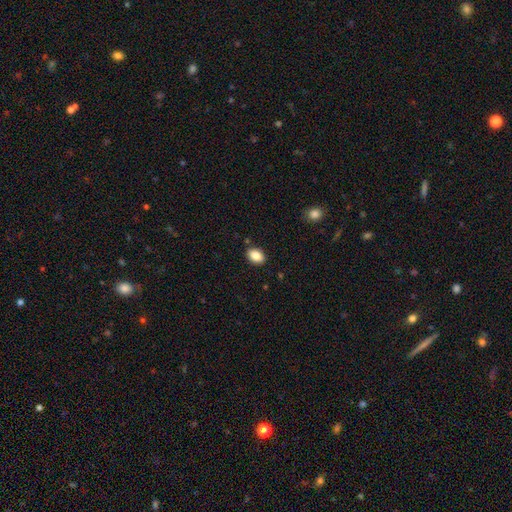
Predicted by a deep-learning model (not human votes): Smooth or featured? Predicted: smooth (p=0.86). How rounded? Predicted: in between (p=0.83). Merging? Predicted: none (p=0.87).